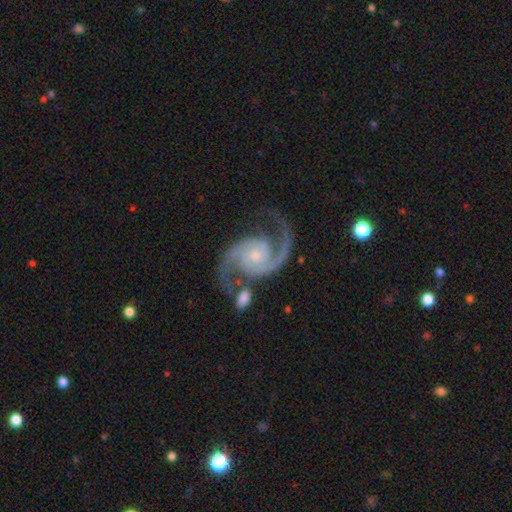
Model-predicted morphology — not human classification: Overall: featured or disk (93%). Edge-on disk: no (98%). Bar: no (67%; weak 27%). Spiral arms: yes (99%). Spiral arm count: 2 (93%). Spiral winding: medium (61%; loose 23%). Bulge size: small (62%; moderate 30%). Merging: none (65%).